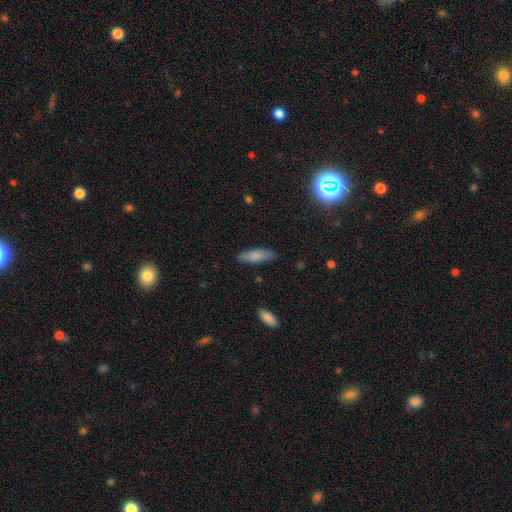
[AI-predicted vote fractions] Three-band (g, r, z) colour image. It shows a smooth galaxy with no disk features (80%) that is in between round and cigar-shaped (57%). Merging: none (85%).